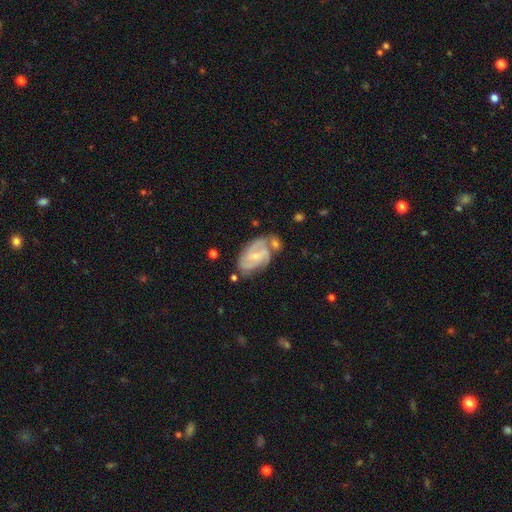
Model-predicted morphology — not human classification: This is likely a featured or disk galaxy (76%). It is clearly not viewed edge-on (96%). Bar: possibly weak (47%). Spiral arm pattern: clearly yes (92%). Spiral arm count: possibly 2 (53%). Spiral winding: marginally medium (45%). Central bulge: likely small (68%). Merging: possibly none (48%).